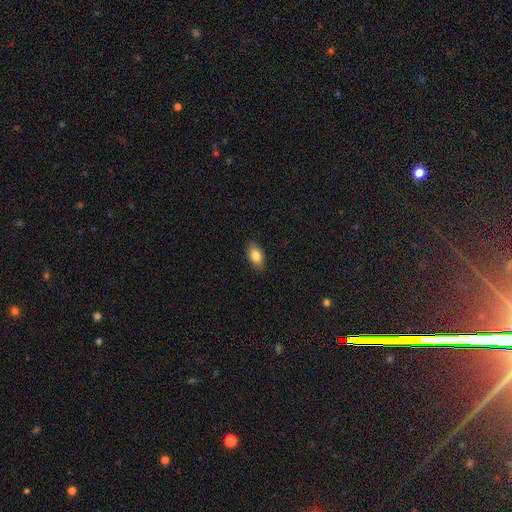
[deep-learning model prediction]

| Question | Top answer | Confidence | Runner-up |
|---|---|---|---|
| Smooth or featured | smooth | 82% | featured or disk (11%) |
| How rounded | in between | 90% | round (6%) |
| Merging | none | 87% | minor disturbance (10%) |